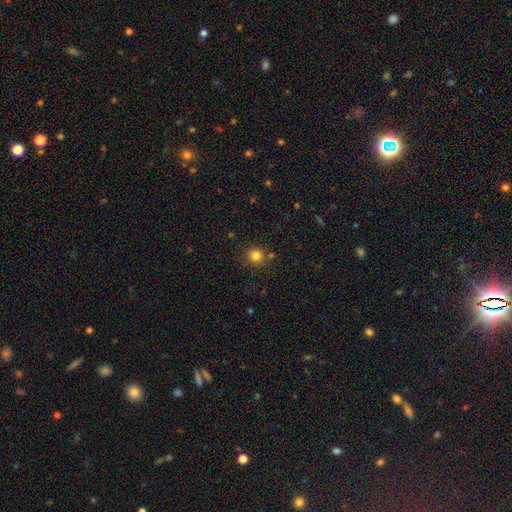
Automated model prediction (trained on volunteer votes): This is clearly a smooth galaxy (81%). How rounded: clearly round (91%). Merging: clearly none (82%).